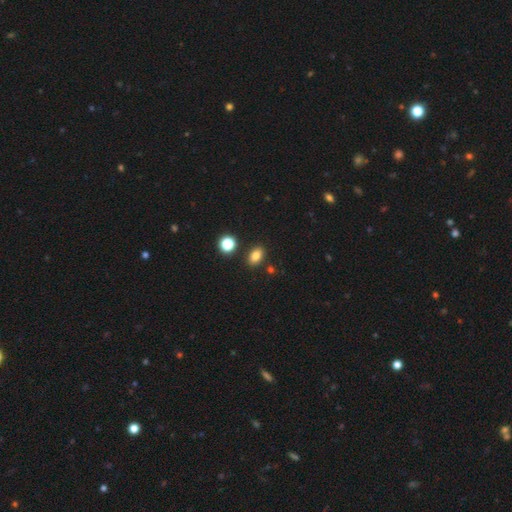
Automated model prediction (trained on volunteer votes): Smooth or featured? smooth (81%)
How rounded? in between (77%)
Merging? none (83%)